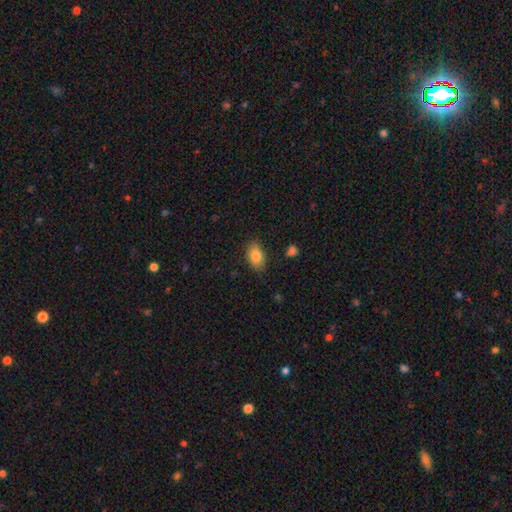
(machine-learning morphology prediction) Smooth or featured?
  - smooth: 85% *
  - star or artifact: 8%
  - featured or disk: 7%
How rounded?
  - in between: 90% *
  - round: 8%
  - cigar-shaped: 2%
Merging?
  - none: 82% *
  - minor disturbance: 13%
  - major disturbance: 3%
  - merger: 2%